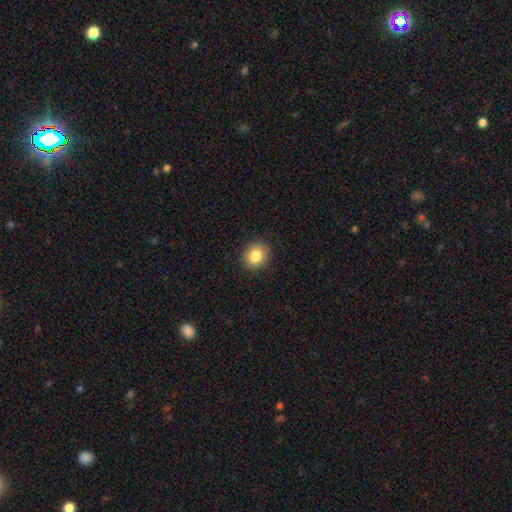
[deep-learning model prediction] Smooth or featured? Predicted: smooth (p=0.84). How rounded? Predicted: round (p=0.74). Merging? Predicted: none (p=0.89).